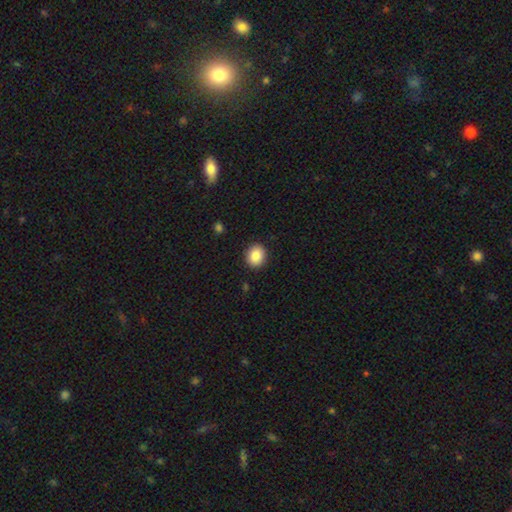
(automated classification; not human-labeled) Smooth or featured? Predicted: smooth (p=0.88). How rounded? Predicted: round (p=0.66). Merging? Predicted: none (p=0.90).